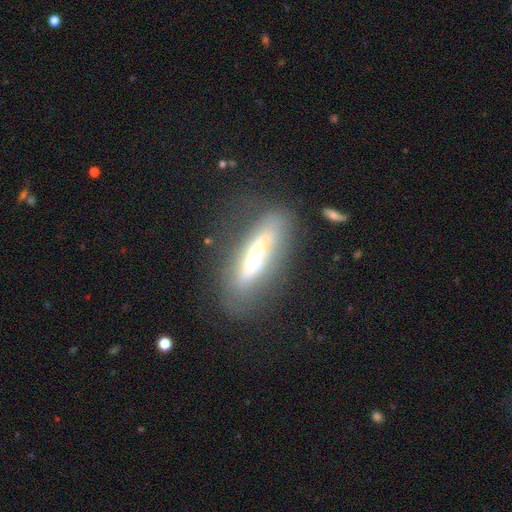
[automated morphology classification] This appears to be a featured or disk galaxy (49%). Merging: none (60%).